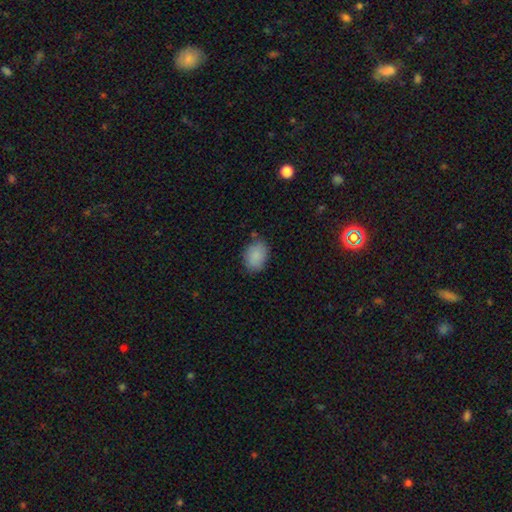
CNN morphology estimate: Smooth or featured? Predicted: smooth (p=0.88). How rounded? Predicted: in between (p=0.73). Merging? Predicted: none (p=0.77).